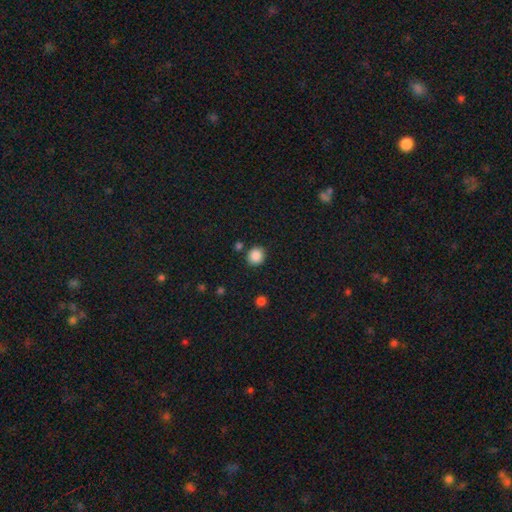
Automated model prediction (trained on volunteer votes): Smooth or featured? Predicted: smooth (p=0.87). How rounded? Predicted: round (p=0.87). Merging? Predicted: none (p=0.85).